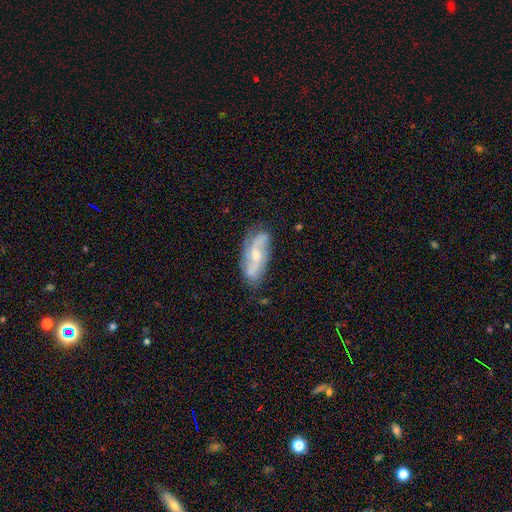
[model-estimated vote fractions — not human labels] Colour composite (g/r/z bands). It shows a featured or disk galaxy (72%) with no bar (48%), 2 (72%) medium (42%) spiral arms (91%) and a moderate central bulge (47%). Merging: none (69%).